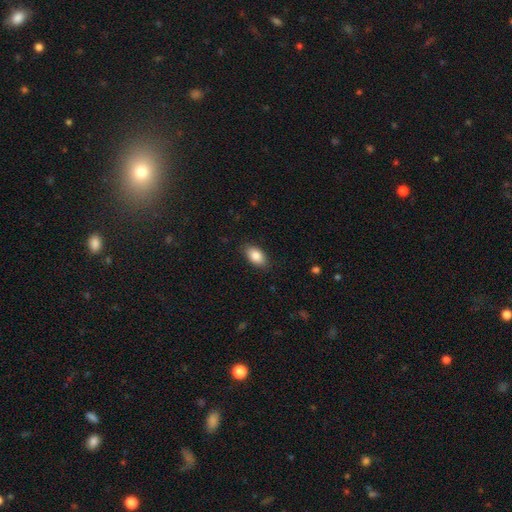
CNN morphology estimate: type=smooth (86%); roundness=in between (91%); merging=none (86%).